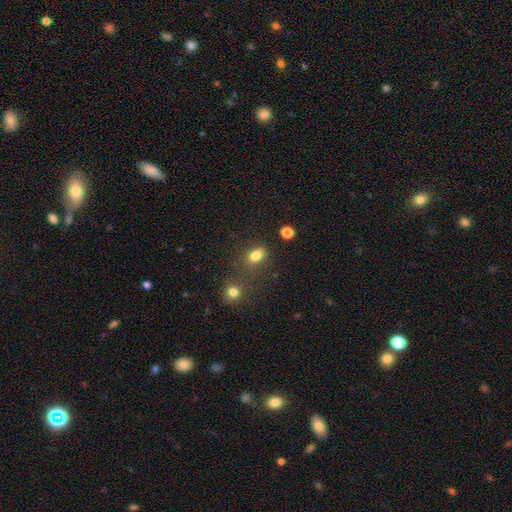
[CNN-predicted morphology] Smooth or featured: smooth — 82% (star or artifact — 12%)
How rounded: in between — 78% (round — 20%)
Merging: none — 73% (minor disturbance — 14%)